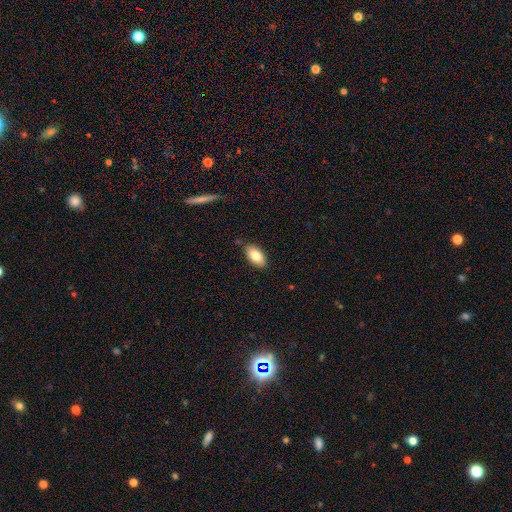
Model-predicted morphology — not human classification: Smooth or featured? Predicted: smooth (p=0.82). How rounded? Predicted: in between (p=0.93). Merging? Predicted: none (p=0.82).